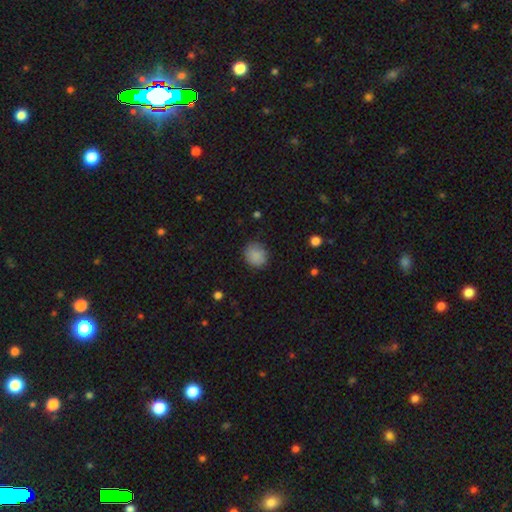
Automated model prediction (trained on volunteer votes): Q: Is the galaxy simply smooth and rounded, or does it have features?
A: smooth — 87%.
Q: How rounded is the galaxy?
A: round — 78%.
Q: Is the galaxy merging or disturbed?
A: none — 84%.